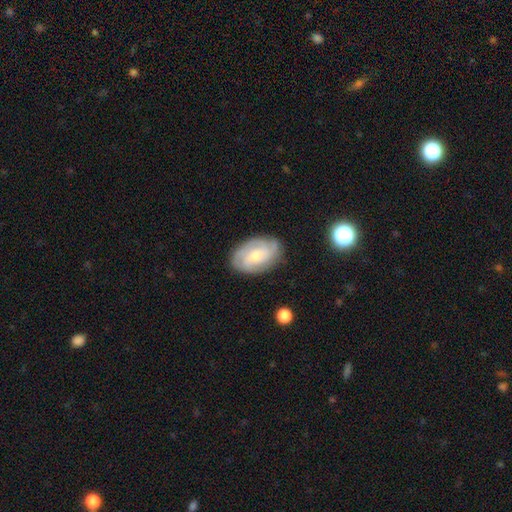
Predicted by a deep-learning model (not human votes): Morphology: type=featured or disk (69%); edge-on=no (96%); bar=no (63%); spiral arms=yes (90%); winding=tight (59%); arm count=can't tell (36%); bulge=moderate (49%); merging=none (79%).